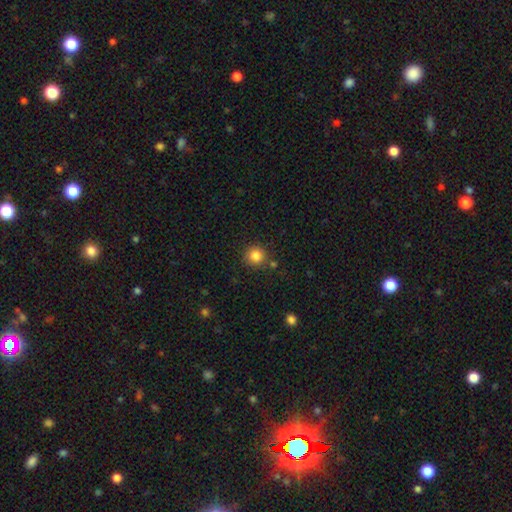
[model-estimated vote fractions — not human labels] smooth_or_featured: smooth (p=0.84) [alt: star or artifact p=0.11]
how_rounded: round (p=0.92) [alt: in between p=0.07]
merging: none (p=0.83) [alt: minor disturbance p=0.09]